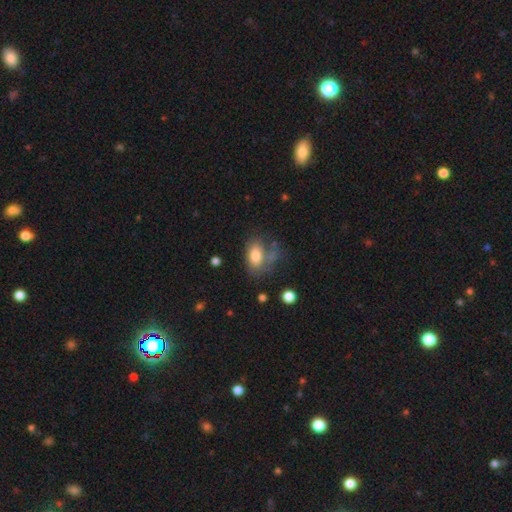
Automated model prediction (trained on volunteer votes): Smooth or featured?
  - smooth: 78% *
  - featured or disk: 13%
  - star or artifact: 8%
How rounded?
  - in between: 88% *
  - round: 10%
  - cigar-shaped: 2%
Merging?
  - none: 48% *
  - minor disturbance: 24%
  - major disturbance: 17%
  - merger: 12%